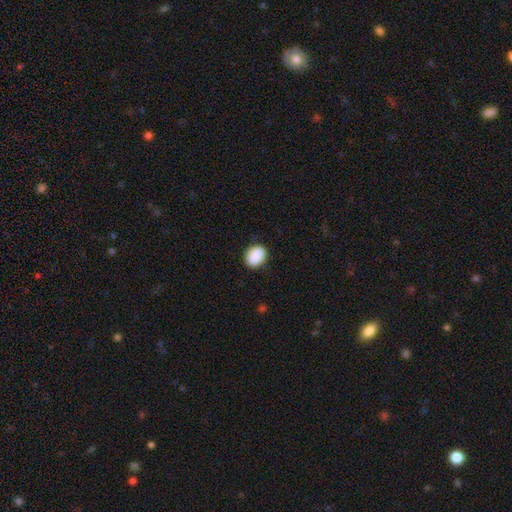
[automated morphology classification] Q: Smooth or featured?
A: smooth (90%); runner-up: star or artifact (7%)
Q: How rounded?
A: in between (64%); runner-up: round (35%)
Q: Merging?
A: none (86%); runner-up: minor disturbance (10%)